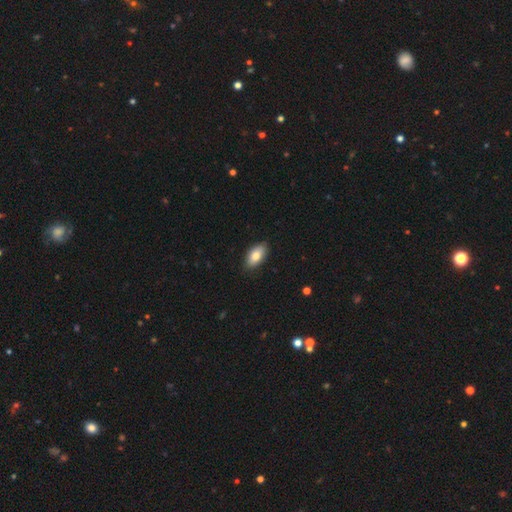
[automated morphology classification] Smooth or featured?
  - smooth: 80% *
  - featured or disk: 13%
  - star or artifact: 6%
How rounded?
  - in between: 93% *
  - round: 4%
  - cigar-shaped: 3%
Merging?
  - none: 86% *
  - minor disturbance: 11%
  - major disturbance: 2%
  - merger: 1%